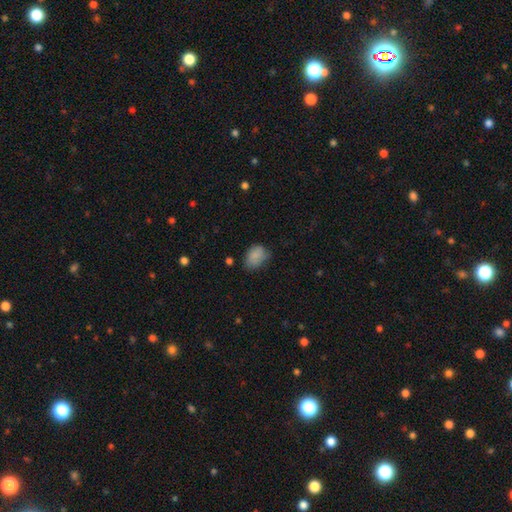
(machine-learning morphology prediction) This is clearly a smooth galaxy (84%). How rounded: likely in between (76%). Merging: possibly none (55%).